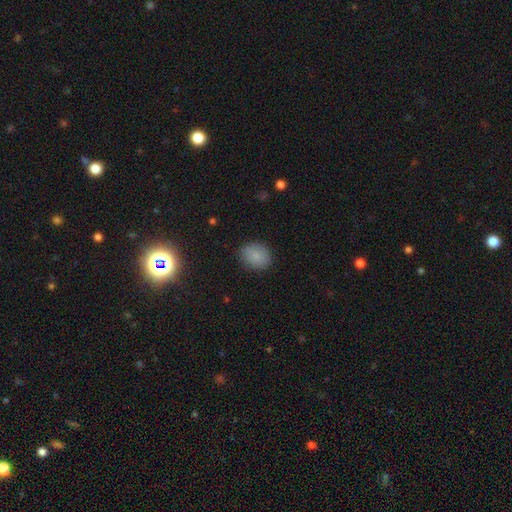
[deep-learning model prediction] smooth-or-featured: smooth: 84% | star or artifact: 9% | featured or disk: 7%
  how-rounded: round: 53% | in between: 46% | cigar-shaped: 1%
  merging: none: 83% | minor disturbance: 13% | major disturbance: 3% | merger: 1%